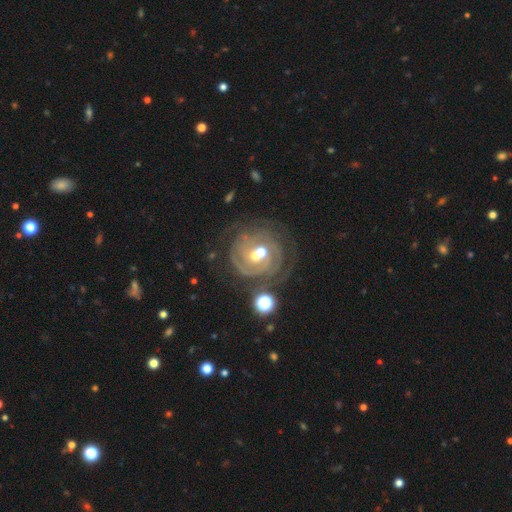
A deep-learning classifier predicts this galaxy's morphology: Smooth or featured: featured or disk — 82% (smooth — 10%)
Edge-on disk: no — 98% (yes — 2%)
Bar: no — 63% (weak — 28%)
Spiral arms: yes — 94% (no — 6%)
Spiral winding: tight — 70% (medium — 24%)
Spiral arm count: 2 — 29% (can't tell — 27%)
Bulge size: moderate — 60% (small — 32%)
Merging: none — 51% (merger — 22%)